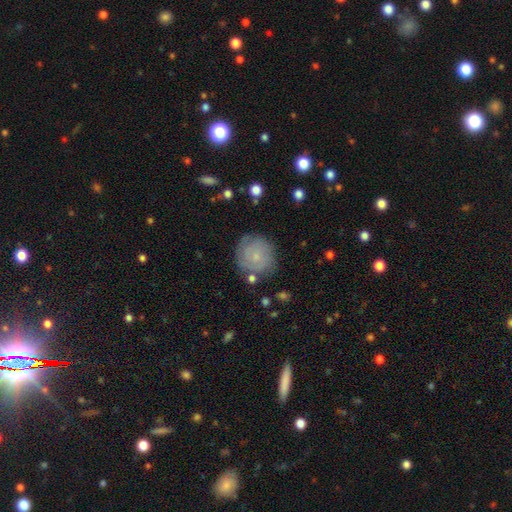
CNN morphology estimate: The model was most divided on "smooth or featured": smooth: 52%, featured or disk: 39%, star or artifact: 9%. More confident: how rounded — round (89%); merging — none (76%).